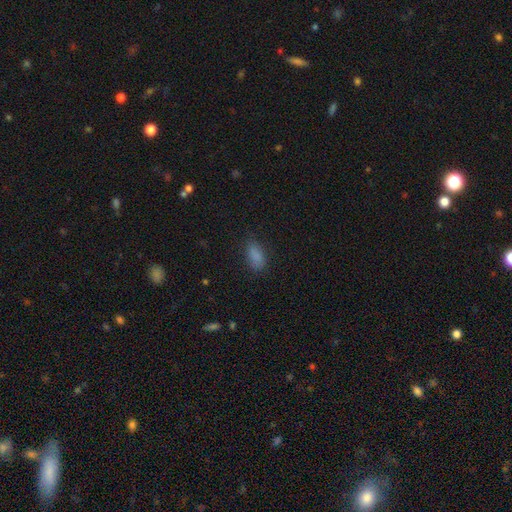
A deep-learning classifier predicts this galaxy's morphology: The model was most divided on "merging": none: 79%, minor disturbance: 16%, major disturbance: 4%, merger: 1%. More confident: how rounded — in between (88%); smooth or featured — smooth (84%).